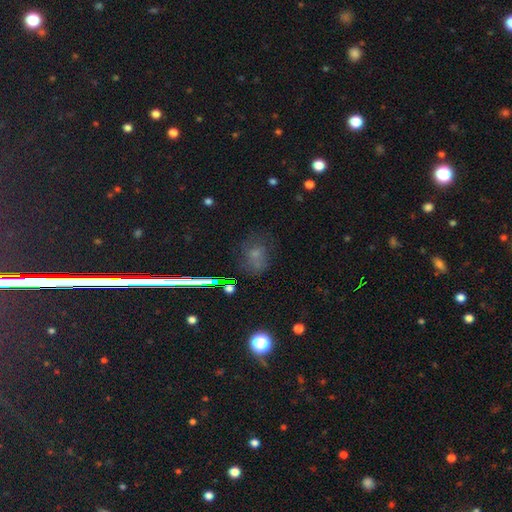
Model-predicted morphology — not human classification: smooth_or_featured: smooth (p=0.53) [alt: star or artifact p=0.28]
how_rounded: in between (p=0.49) [alt: round p=0.48]
merging: none (p=0.58) [alt: minor disturbance p=0.23]